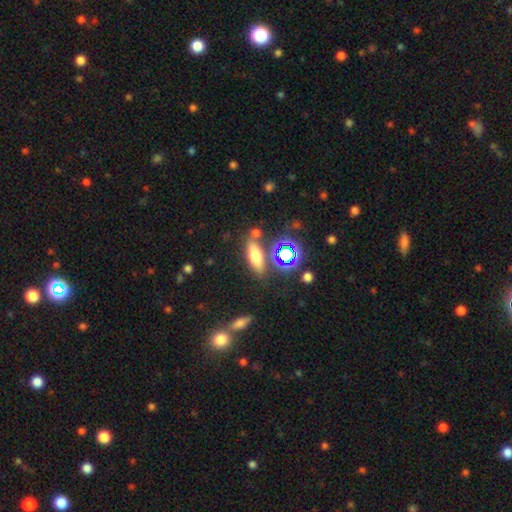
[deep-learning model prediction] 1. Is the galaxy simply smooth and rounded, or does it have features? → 62% smooth, 22% star or artifact, 17% featured or disk.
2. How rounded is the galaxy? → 53% in between, 36% cigar-shaped, 11% round.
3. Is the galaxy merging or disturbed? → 72% none, 13% minor disturbance, 10% merger, 5% major disturbance.